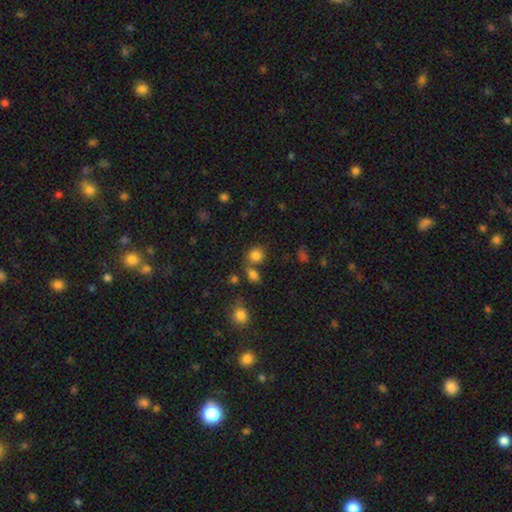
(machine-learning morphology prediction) A smooth galaxy with no disk features (81%) that is round (79%). Merging: none (62%).